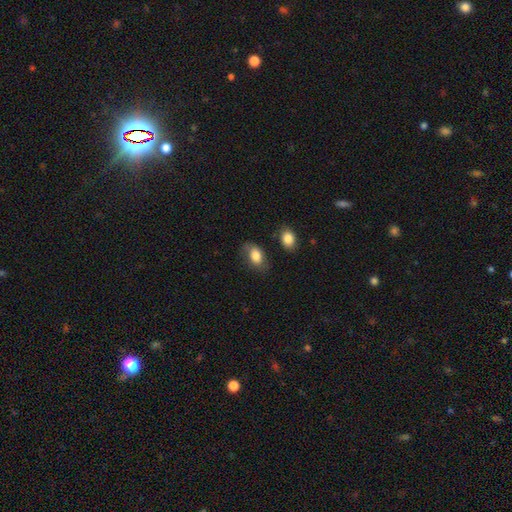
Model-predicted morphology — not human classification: A smooth galaxy with no disk features (79%) that is in between round and cigar-shaped (85%).

Vote fractions:
- Smooth or featured? smooth: 79% / featured or disk: 13% / star or artifact: 7%
- How rounded? in between: 85% / round: 13% / cigar-shaped: 2%
- Merging? none: 66% / minor disturbance: 22% / major disturbance: 8% / merger: 4%